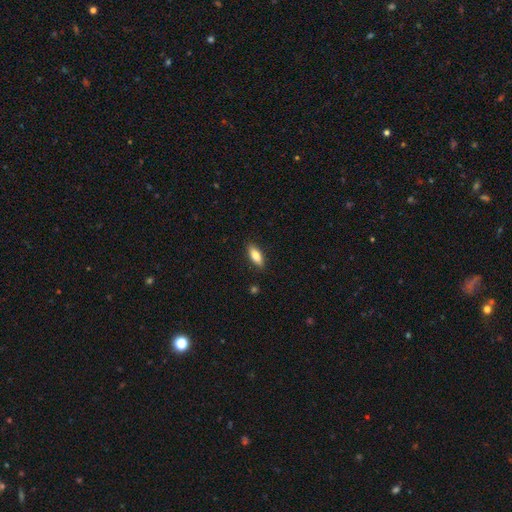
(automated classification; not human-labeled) Morphology: type=smooth (78%); roundness=in between (73%); merging=none (88%).